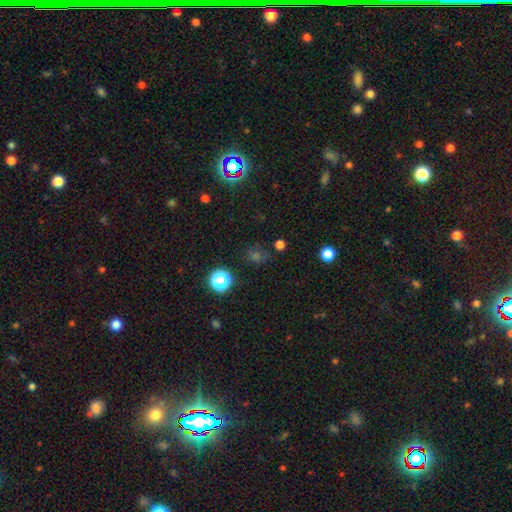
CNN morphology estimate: smooth_or_featured: smooth (p=0.47) [alt: star or artifact p=0.45]
merging: none (p=0.78) [alt: minor disturbance p=0.12]